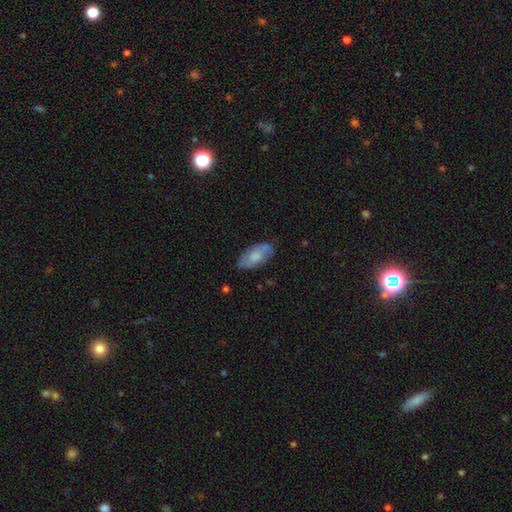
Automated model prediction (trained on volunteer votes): Overall: smooth (58%; featured or disk 36%). How rounded: in between (91%). Merging: none (69%).